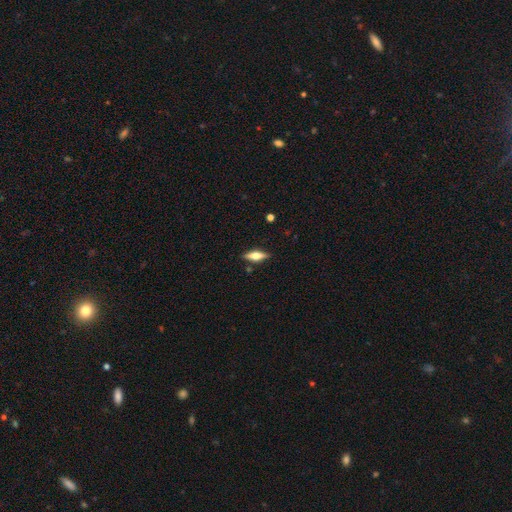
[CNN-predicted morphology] type=featured or disk (51%); edge-on=yes (93%); merging=none (86%).